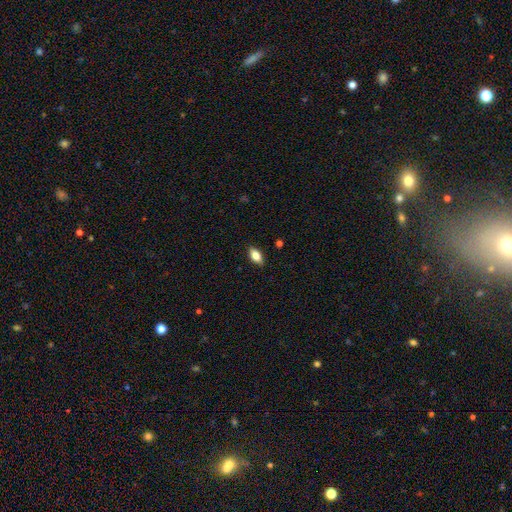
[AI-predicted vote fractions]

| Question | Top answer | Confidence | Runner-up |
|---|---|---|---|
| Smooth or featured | smooth | 77% | featured or disk (15%) |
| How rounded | in between | 88% | cigar-shaped (8%) |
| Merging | none | 87% | minor disturbance (10%) |